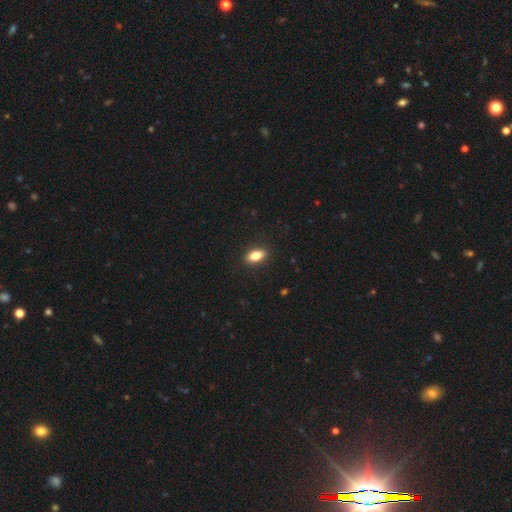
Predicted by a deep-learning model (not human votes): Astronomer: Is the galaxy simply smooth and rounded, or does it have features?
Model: smooth — 80%.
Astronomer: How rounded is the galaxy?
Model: in between — 83%.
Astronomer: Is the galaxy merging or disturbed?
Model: none — 88%.